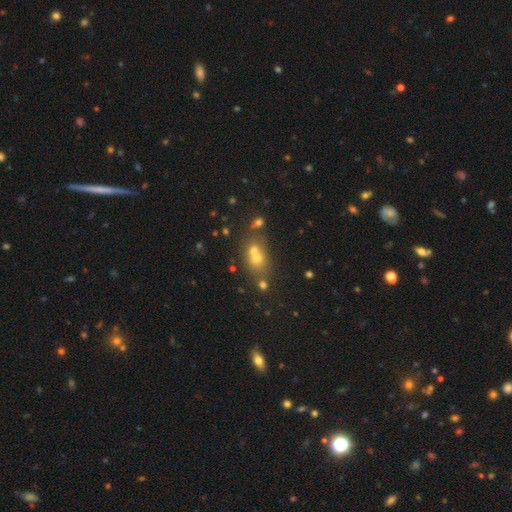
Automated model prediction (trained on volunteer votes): Smooth or featured? smooth (58%)
How rounded? round (55%)
Merging? merger (50%)